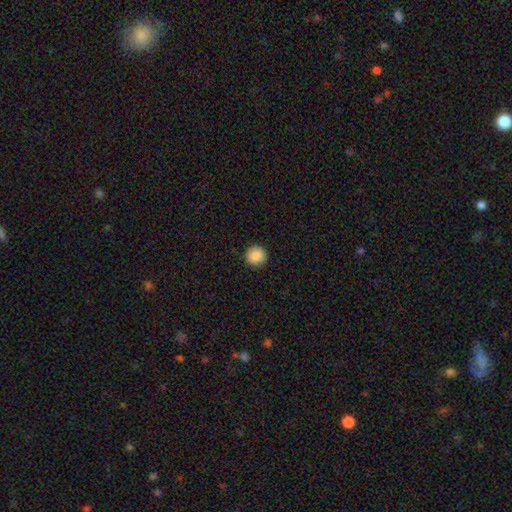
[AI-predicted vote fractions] Smooth or featured?
  - smooth: 88% *
  - star or artifact: 9%
  - featured or disk: 4%
How rounded?
  - round: 95% *
  - in between: 4%
  - cigar-shaped: 1%
Merging?
  - none: 93% *
  - minor disturbance: 5%
  - major disturbance: 2%
  - merger: 1%